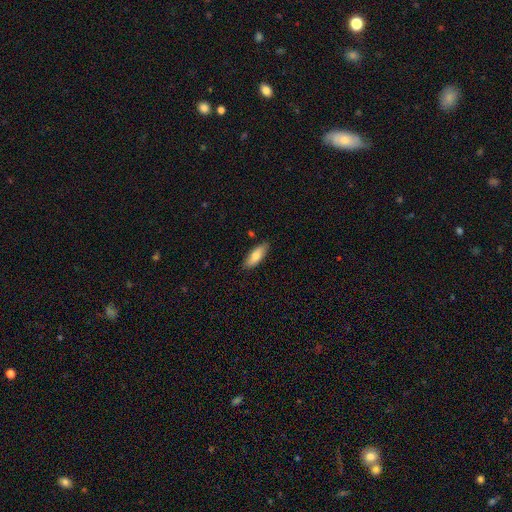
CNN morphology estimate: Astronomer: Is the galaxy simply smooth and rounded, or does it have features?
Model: smooth — 76%.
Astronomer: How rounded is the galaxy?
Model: in between — 67%.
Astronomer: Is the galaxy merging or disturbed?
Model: none — 84%.